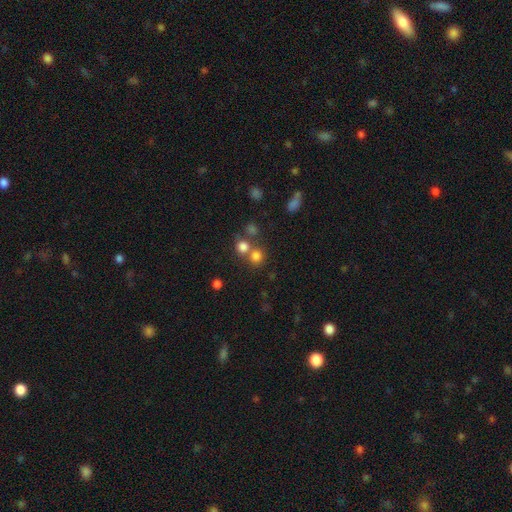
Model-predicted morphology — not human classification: This is likely a smooth galaxy (75%). How rounded: clearly round (88%). Merging: possibly none (57%).